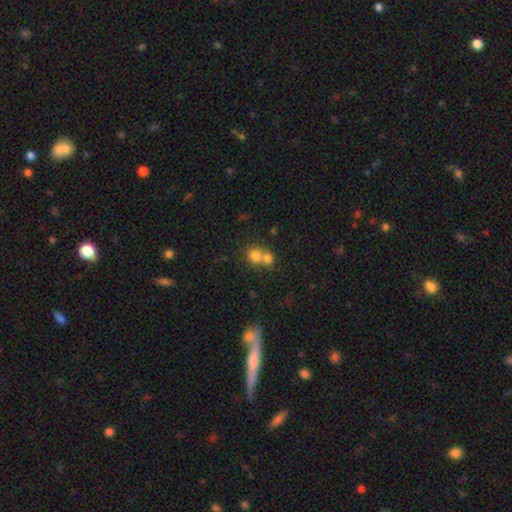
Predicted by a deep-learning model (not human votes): Overall: smooth (78%). How rounded: round (84%). Merging: merger (55%; none 37%).